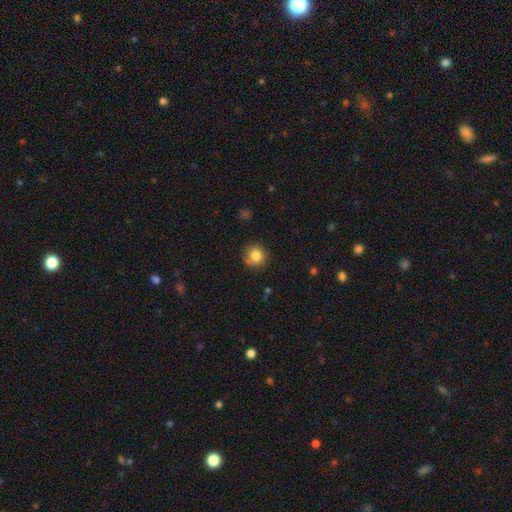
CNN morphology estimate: Overall: smooth (82%). How rounded: round (92%). Merging: none (83%).